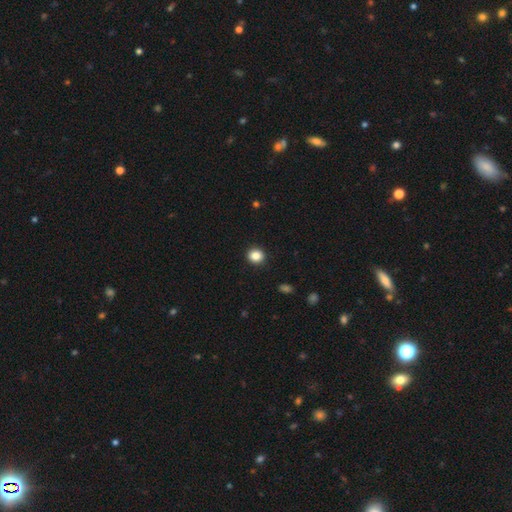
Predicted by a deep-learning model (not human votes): Smooth or featured: smooth — 85% (star or artifact — 10%)
How rounded: round — 82% (in between — 17%)
Merging: none — 92% (minor disturbance — 5%)